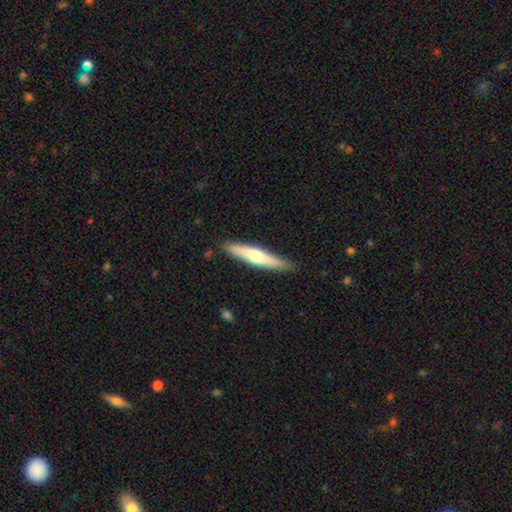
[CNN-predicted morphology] This appears to be a smooth galaxy with no disk features (51%) that is cigar-shaped (91%). Merging: none (87%).